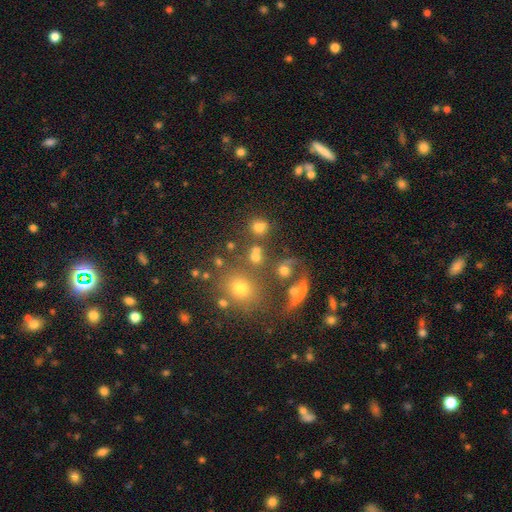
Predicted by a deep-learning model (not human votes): Overall: smooth (63%). How rounded: round (80%). Merging: none (65%).